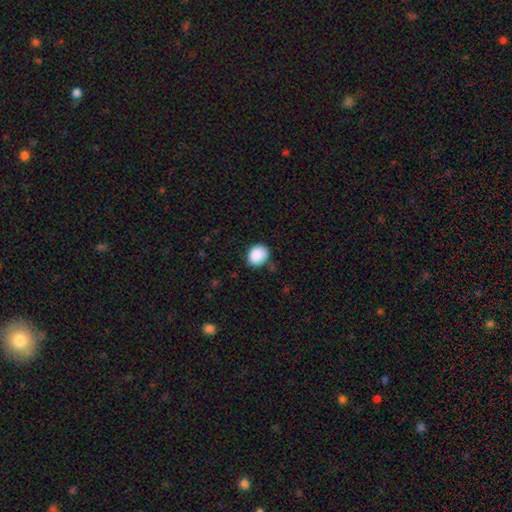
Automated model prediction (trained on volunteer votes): Morphology: type=smooth (89%); roundness=round (57%); merging=none (80%).